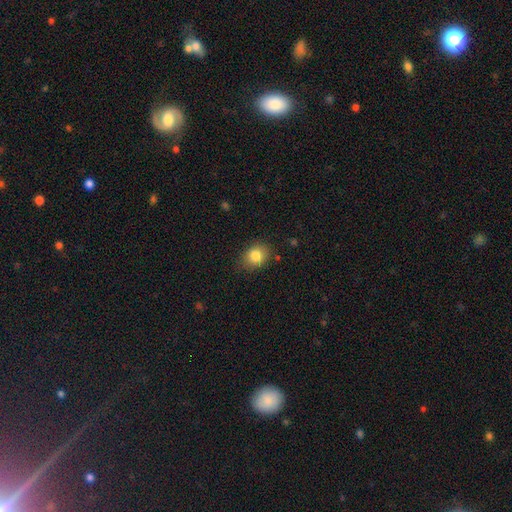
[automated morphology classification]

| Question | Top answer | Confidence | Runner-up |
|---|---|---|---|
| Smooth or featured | smooth | 83% | star or artifact (9%) |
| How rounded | in between | 50% | round (49%) |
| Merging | none | 80% | minor disturbance (15%) |